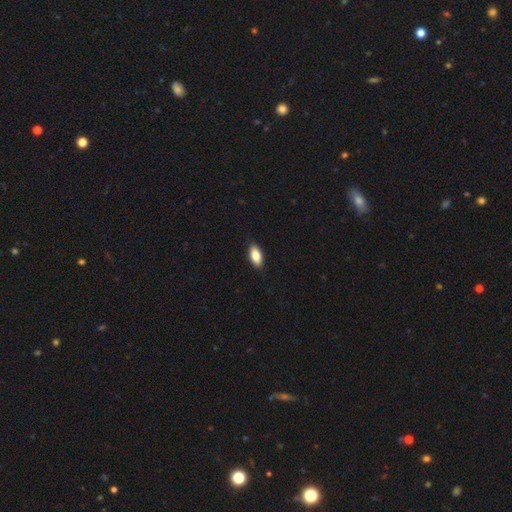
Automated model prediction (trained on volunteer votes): A smooth galaxy with no disk features (83%) that is in between round and cigar-shaped (90%). Merging: none (89%).